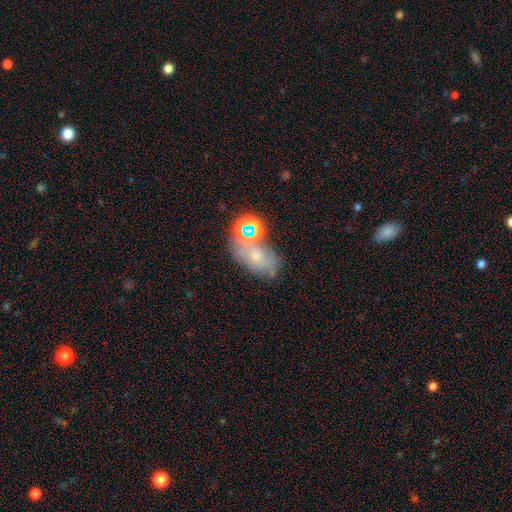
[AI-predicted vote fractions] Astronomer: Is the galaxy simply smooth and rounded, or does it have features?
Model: smooth — 41% (runner-up: featured or disk, 33%).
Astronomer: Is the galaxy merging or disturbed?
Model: none — 44% (runner-up: merger, 24%).